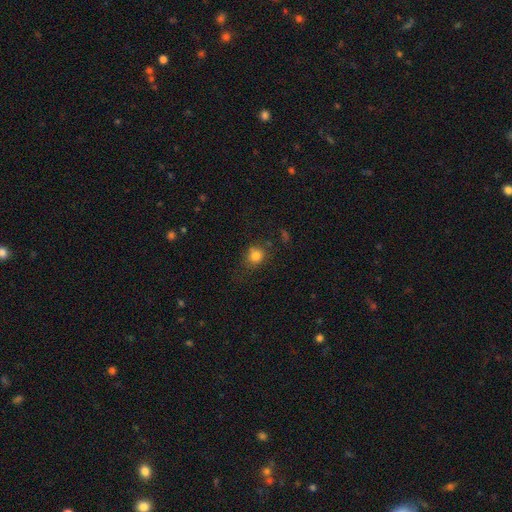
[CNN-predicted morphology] smooth-or-featured: smooth: 81% | star or artifact: 12% | featured or disk: 7%
  how-rounded: round: 81% | in between: 18% | cigar-shaped: 1%
  merging: none: 69% | minor disturbance: 19% | major disturbance: 7% | merger: 4%